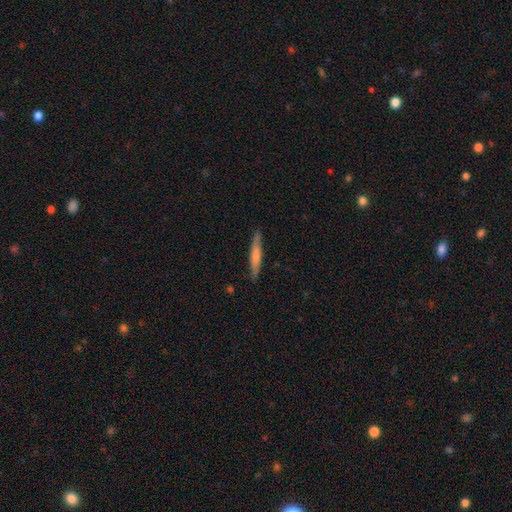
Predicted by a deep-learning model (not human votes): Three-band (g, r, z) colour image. It shows a smooth galaxy with no disk features (63%) that is cigar-shaped (93%). Merging: none (87%).